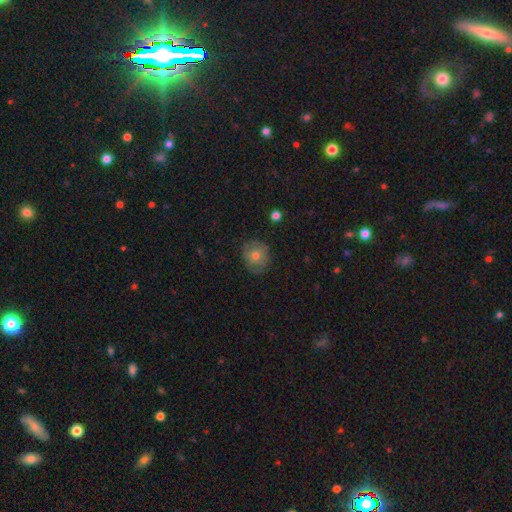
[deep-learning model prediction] This appears to be a smooth galaxy with no disk features (65%) that is round (81%). Merging: none (79%).